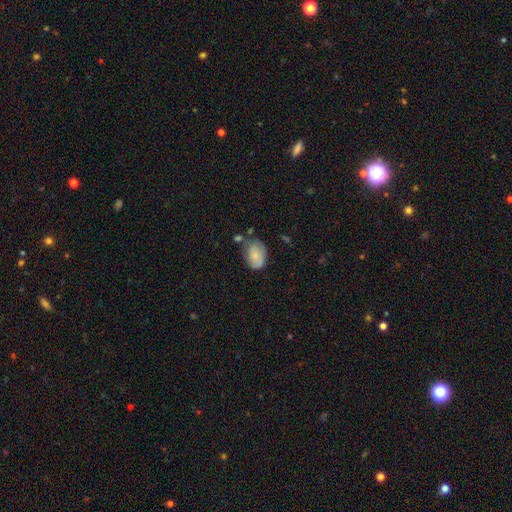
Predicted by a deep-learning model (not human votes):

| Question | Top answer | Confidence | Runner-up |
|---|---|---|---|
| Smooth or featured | smooth | 73% | featured or disk (20%) |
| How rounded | in between | 81% | round (18%) |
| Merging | none | 48% | minor disturbance (32%) |